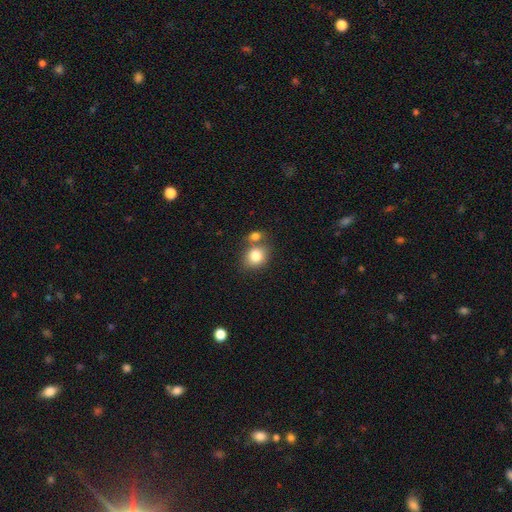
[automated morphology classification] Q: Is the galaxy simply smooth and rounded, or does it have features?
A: smooth — 82%.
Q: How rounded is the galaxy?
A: round — 63%.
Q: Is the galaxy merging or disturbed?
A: none — 52%.